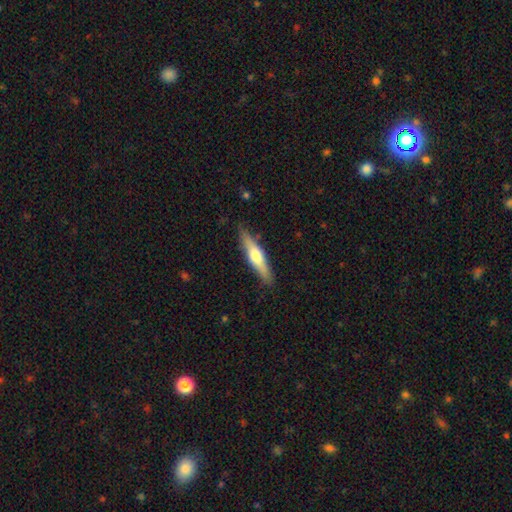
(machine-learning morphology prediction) This is possibly a featured or disk galaxy (48%). Merging: clearly none (86%).